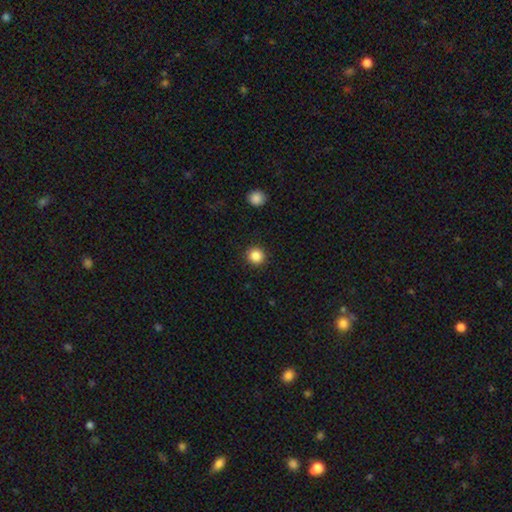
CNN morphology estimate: type=smooth (86%); roundness=round (94%); merging=none (92%).